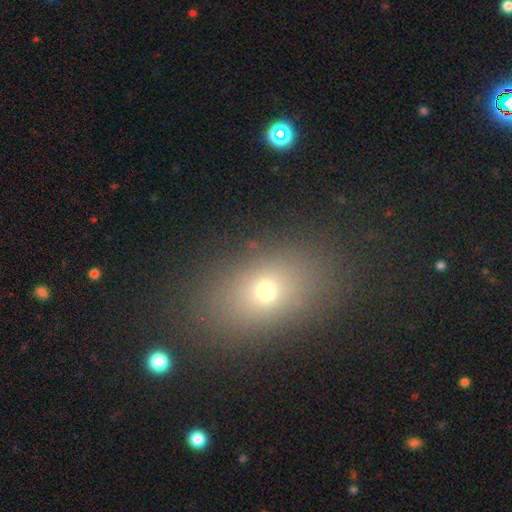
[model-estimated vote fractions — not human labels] Smooth or featured? smooth (64%)
How rounded? in between (72%)
Merging? none (86%)